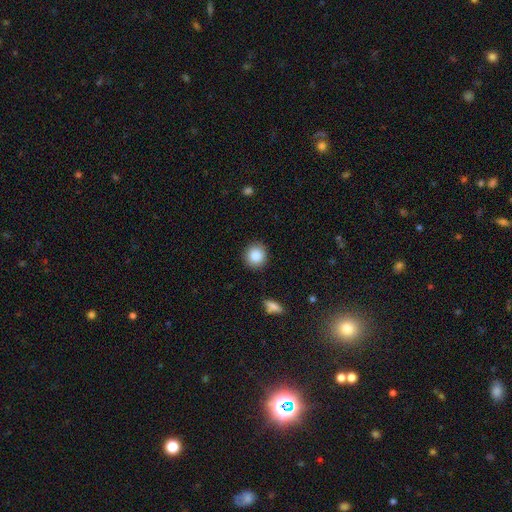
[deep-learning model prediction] This appears to be a smooth galaxy with no disk features (86%) that is round (91%). Merging: none (91%).